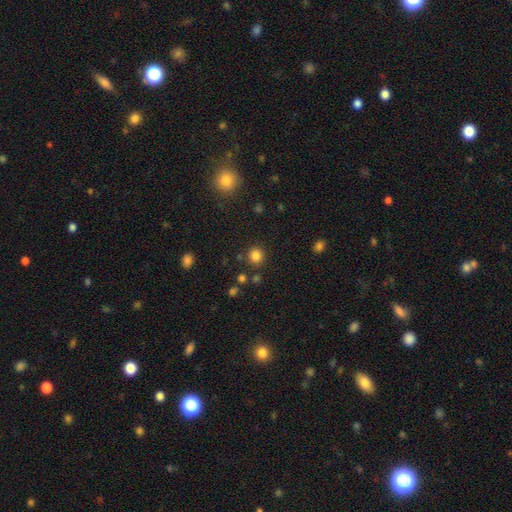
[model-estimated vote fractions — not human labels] This is clearly a smooth galaxy (82%). How rounded: clearly round (88%). Merging: clearly none (85%).